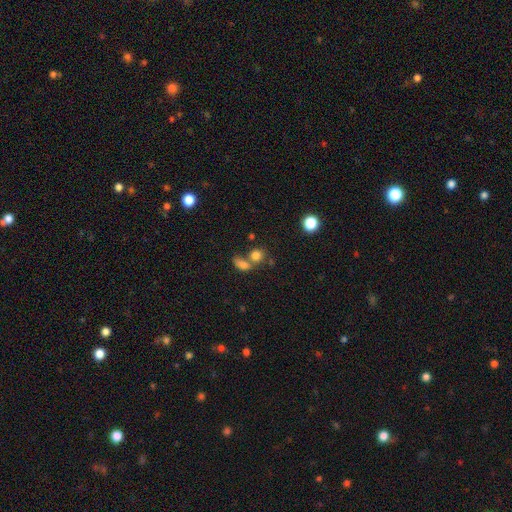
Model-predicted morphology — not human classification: A smooth galaxy with no disk features (79%) that is round (68%). Merging: merger (44%).